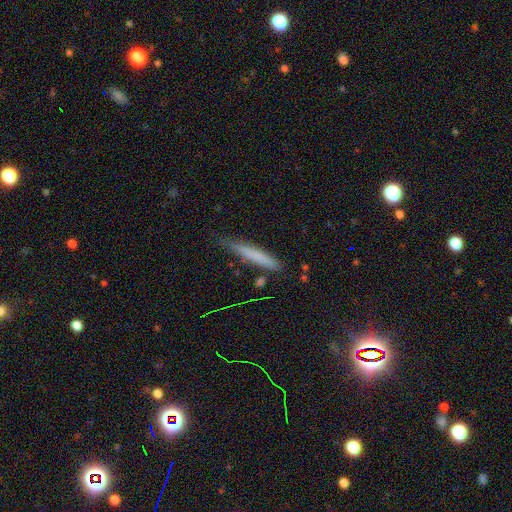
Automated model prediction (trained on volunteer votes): Smooth or featured?
  - smooth: 71% *
  - featured or disk: 21%
  - star or artifact: 8%
How rounded?
  - cigar-shaped: 94% *
  - in between: 5%
  - round: 1%
Merging?
  - none: 76% *
  - minor disturbance: 18%
  - major disturbance: 3%
  - merger: 3%